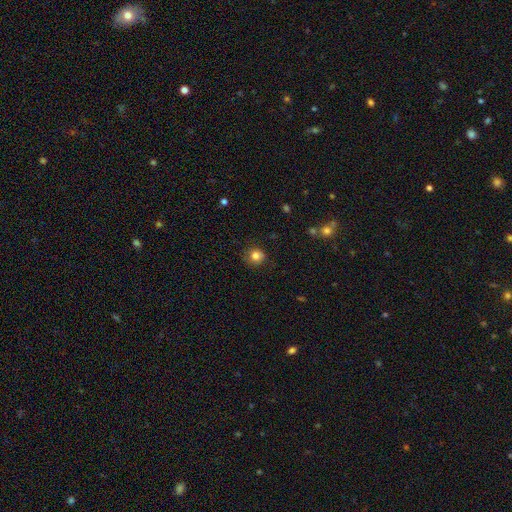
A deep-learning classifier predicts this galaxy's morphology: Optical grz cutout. It shows a smooth galaxy with no disk features (81%) that is round (89%). Merging: none (83%).